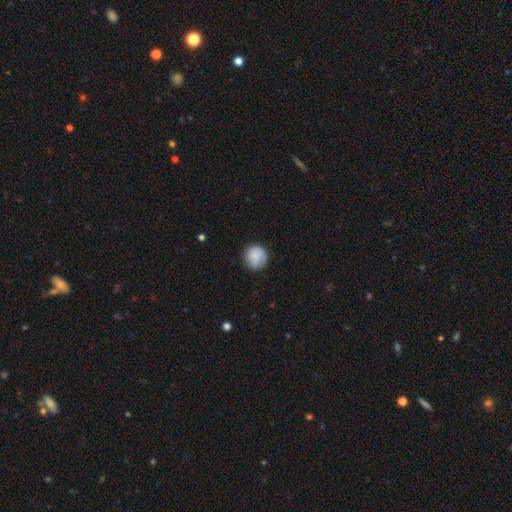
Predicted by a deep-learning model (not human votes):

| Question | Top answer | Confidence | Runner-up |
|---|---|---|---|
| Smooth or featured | smooth | 79% | featured or disk (14%) |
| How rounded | round | 88% | in between (11%) |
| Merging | none | 77% | minor disturbance (17%) |